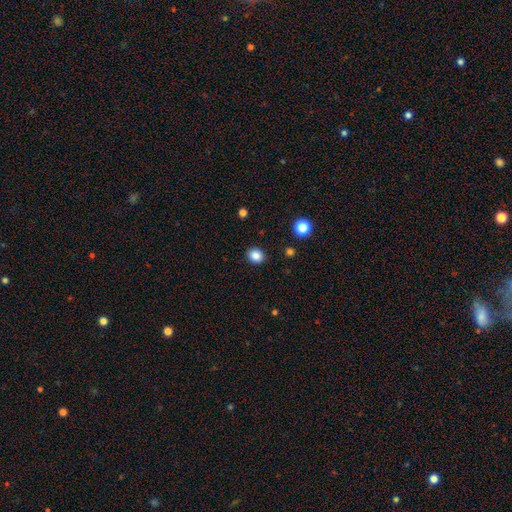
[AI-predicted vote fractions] The model was most divided on "how rounded": round: 71%, in between: 28%, cigar-shaped: 1%. More confident: merging — none (90%); smooth or featured — smooth (86%).